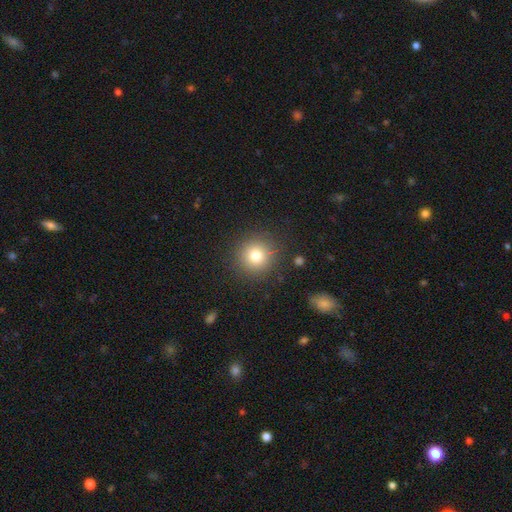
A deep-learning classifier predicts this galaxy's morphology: smooth_or_featured: smooth (p=0.78) [alt: star or artifact p=0.13]
how_rounded: round (p=0.94) [alt: in between p=0.05]
merging: none (p=0.89) [alt: minor disturbance p=0.06]